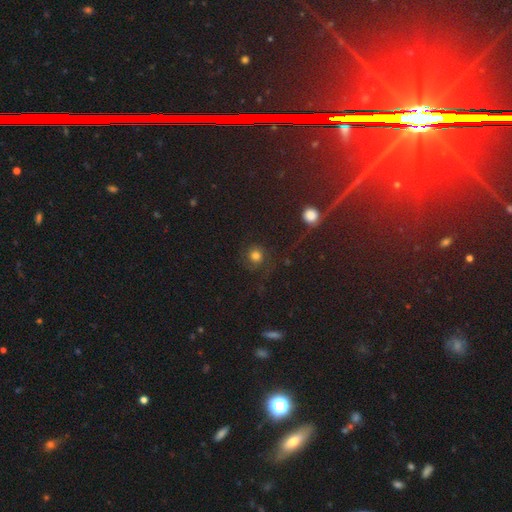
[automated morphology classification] A smooth galaxy with no disk features (59%) that is round (89%). Merging: none (67%).